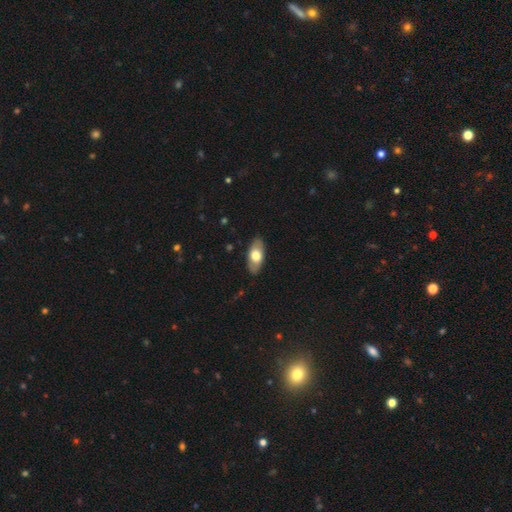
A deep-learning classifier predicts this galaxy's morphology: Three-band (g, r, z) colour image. It shows a smooth galaxy with no disk features (63%) that is in between round and cigar-shaped (89%). Merging: none (87%).